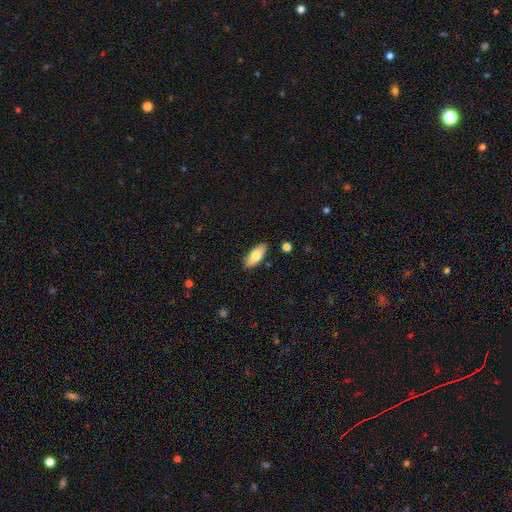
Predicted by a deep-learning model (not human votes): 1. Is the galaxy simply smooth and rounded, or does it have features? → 76% smooth, 18% featured or disk, 6% star or artifact.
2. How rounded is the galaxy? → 81% in between, 17% cigar-shaped, 2% round.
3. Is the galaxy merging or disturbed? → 86% none, 10% minor disturbance, 2% major disturbance, 2% merger.